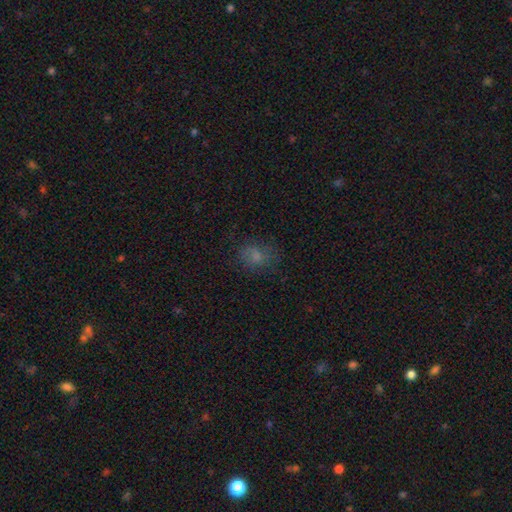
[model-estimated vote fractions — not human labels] Smooth or featured: smooth — 69% (star or artifact — 18%)
How rounded: in between — 50% (round — 49%)
Merging: none — 67% (minor disturbance — 21%)